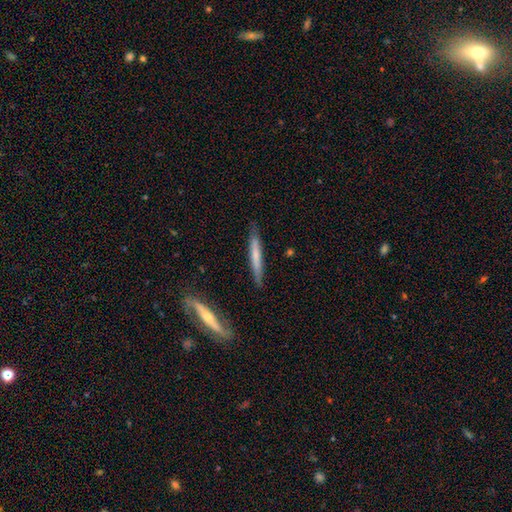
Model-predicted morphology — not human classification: The model was most divided on "smooth or featured": smooth: 49%, featured or disk: 45%, star or artifact: 5%. More confident: merging — none (83%).